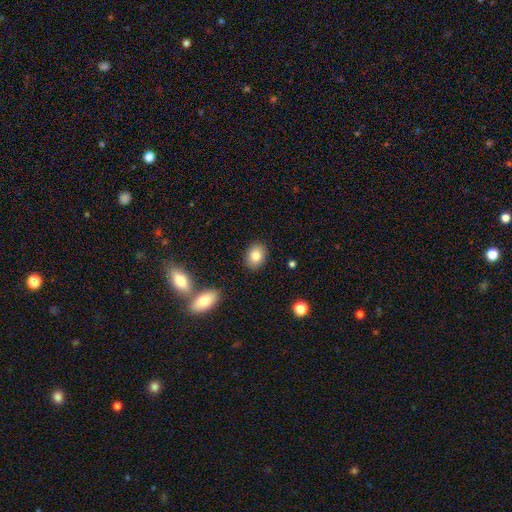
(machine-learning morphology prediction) The model was most divided on "how rounded": in between: 65%, round: 34%, cigar-shaped: 1%. More confident: merging — none (88%); smooth or featured — smooth (81%).